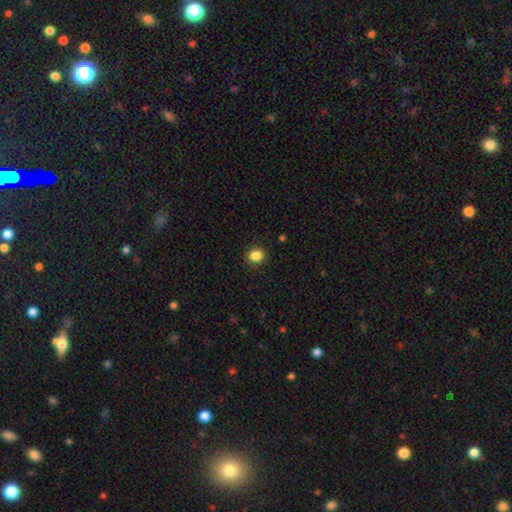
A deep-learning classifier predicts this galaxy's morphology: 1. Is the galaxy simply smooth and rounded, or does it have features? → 86% smooth, 10% star or artifact, 4% featured or disk.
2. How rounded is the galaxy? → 73% round, 27% in between, 1% cigar-shaped.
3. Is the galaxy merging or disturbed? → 90% none, 7% minor disturbance, 2% major disturbance, 1% merger.